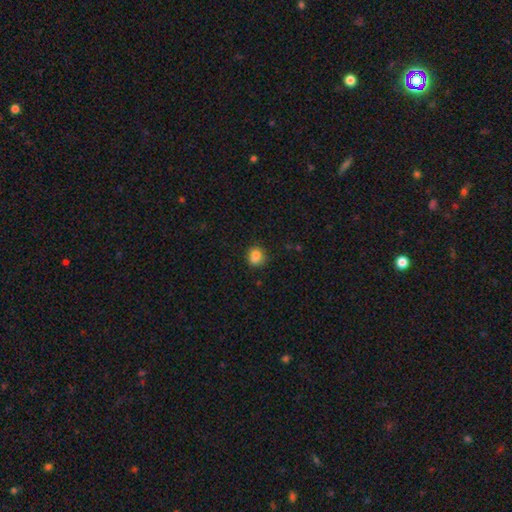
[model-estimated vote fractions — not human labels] Smooth or featured? smooth (84%)
How rounded? round (71%)
Merging? none (76%)